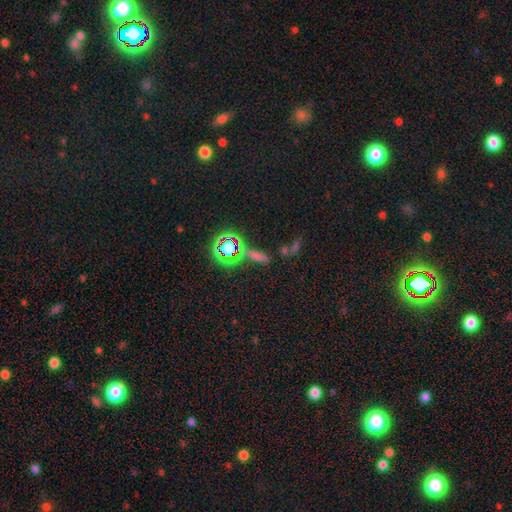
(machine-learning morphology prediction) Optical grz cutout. It shows a star or artifact, not a galaxy (53%).